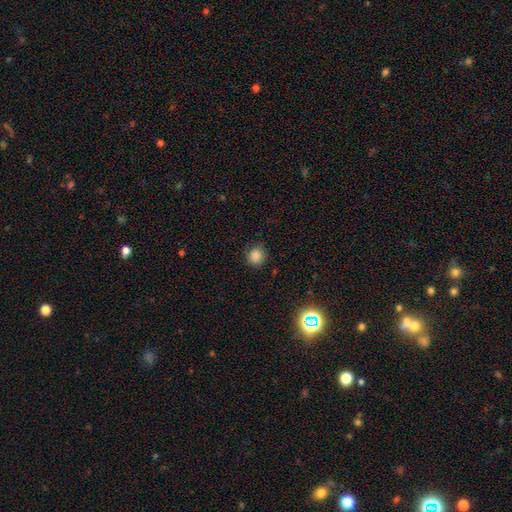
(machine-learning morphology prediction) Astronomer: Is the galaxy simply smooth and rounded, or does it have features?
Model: smooth — 84%.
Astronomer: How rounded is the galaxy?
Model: round — 81%.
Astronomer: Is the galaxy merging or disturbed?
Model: none — 82%.